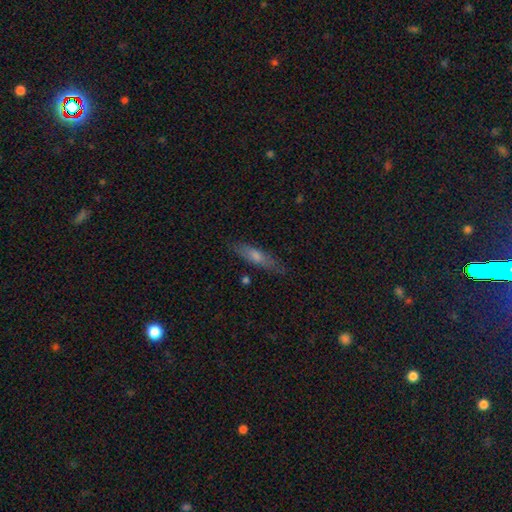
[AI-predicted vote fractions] Overall: smooth (53%; featured or disk 39%). How rounded: cigar-shaped (76%). Merging: none (82%).